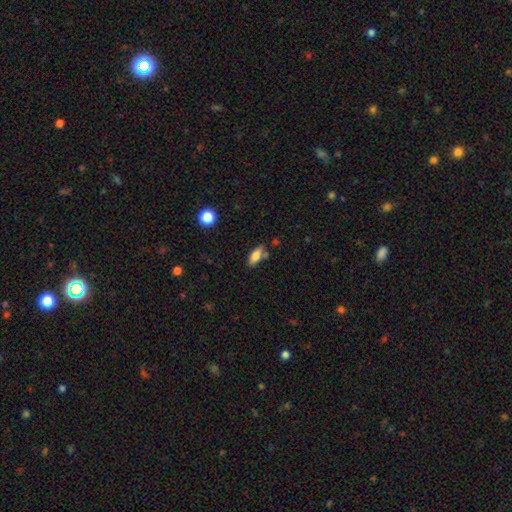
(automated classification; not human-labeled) smooth-or-featured: smooth: 76% | featured or disk: 16% | star or artifact: 8%
  how-rounded: in between: 79% | cigar-shaped: 18% | round: 3%
  merging: none: 70% | minor disturbance: 17% | merger: 9% | major disturbance: 4%